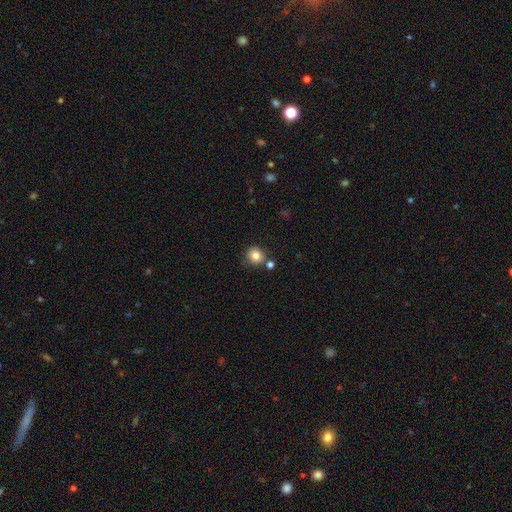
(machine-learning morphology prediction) smooth-or-featured: smooth: 83% | star or artifact: 11% | featured or disk: 6%
  how-rounded: round: 87% | in between: 12% | cigar-shaped: 1%
  merging: none: 75% | merger: 12% | minor disturbance: 11% | major disturbance: 3%